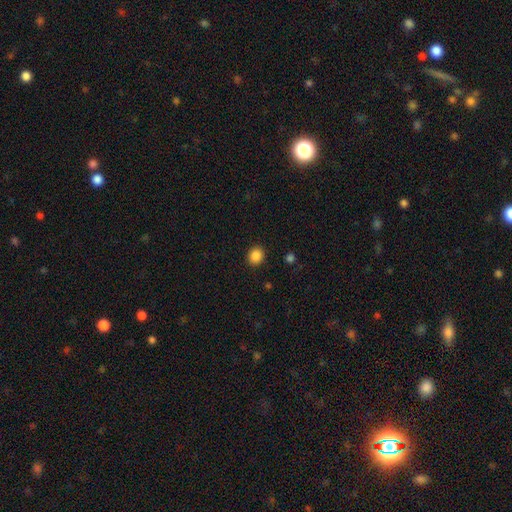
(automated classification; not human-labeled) Smooth or featured: smooth — 87% (star or artifact — 10%)
How rounded: round — 73% (in between — 26%)
Merging: none — 90% (minor disturbance — 6%)